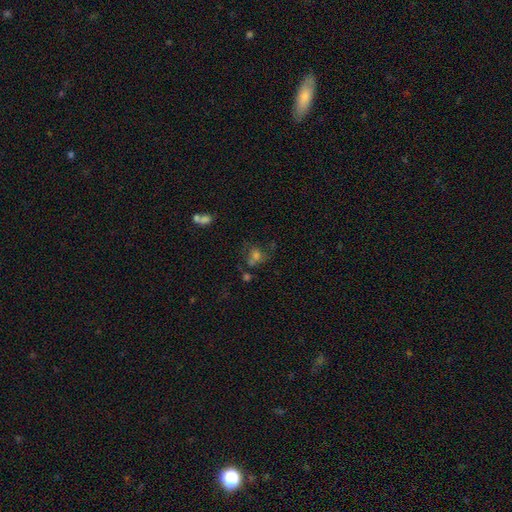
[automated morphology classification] A smooth galaxy with no disk features (53%) that is round (50%).

Vote fractions:
- Smooth or featured? smooth: 53% / featured or disk: 27% / star or artifact: 20%
- How rounded? round: 50% / in between: 48% / cigar-shaped: 2%
- Merging? none: 41% / major disturbance: 22% / minor disturbance: 20% / merger: 17%